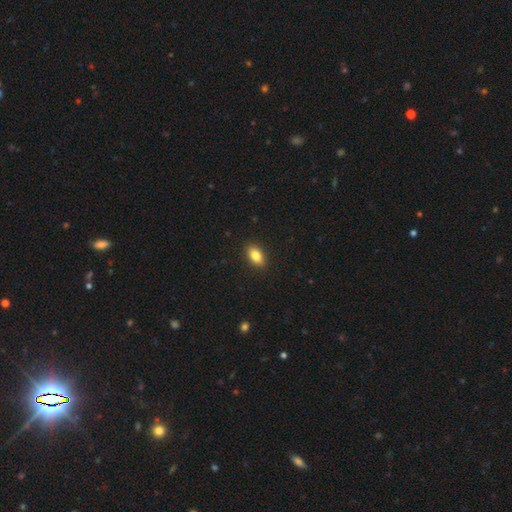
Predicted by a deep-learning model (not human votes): Smooth or featured: smooth — 84% (featured or disk — 8%)
How rounded: in between — 89% (round — 7%)
Merging: none — 89% (minor disturbance — 8%)